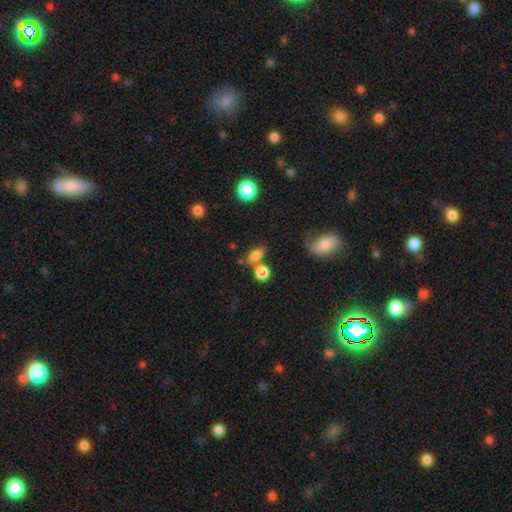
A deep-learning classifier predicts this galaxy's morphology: smooth-or-featured: smooth: 77% | star or artifact: 13% | featured or disk: 10%
  how-rounded: in between: 75% | round: 19% | cigar-shaped: 5%
  merging: none: 55% | merger: 24% | minor disturbance: 15% | major disturbance: 6%